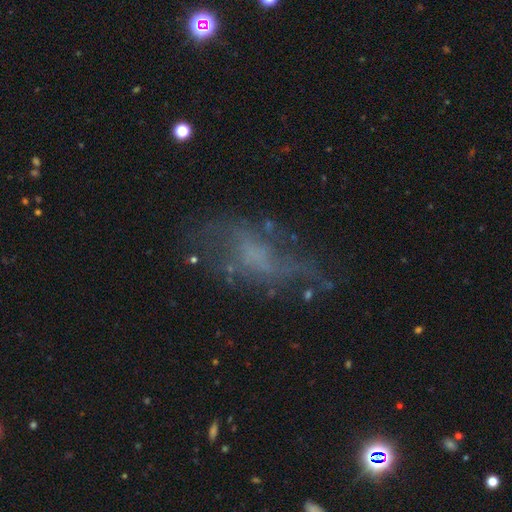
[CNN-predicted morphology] A featured or disk galaxy (55%).

Vote fractions:
- Smooth or featured? featured or disk: 55% / smooth: 27% / star or artifact: 18%
- Edge-on disk? no: 90% / yes: 10%
- Merging? none: 48% / major disturbance: 27% / minor disturbance: 21% / merger: 4%